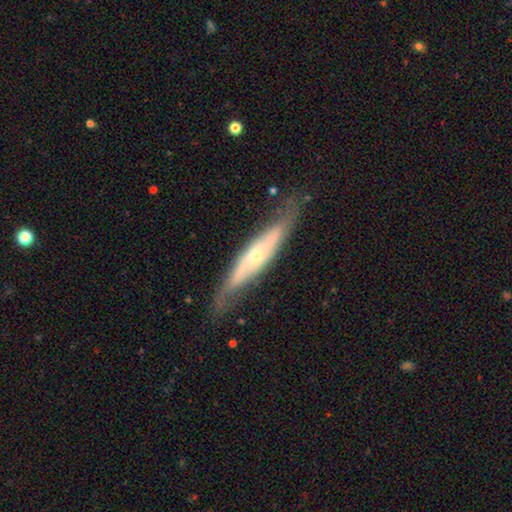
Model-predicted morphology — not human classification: A featured or disk galaxy (66%) viewed edge-on (59%).

Vote fractions:
- Smooth or featured? featured or disk: 66% / smooth: 28% / star or artifact: 6%
- Edge-on disk? yes: 59% / no: 41%
- Merging? none: 72% / minor disturbance: 19% / major disturbance: 7% / merger: 2%